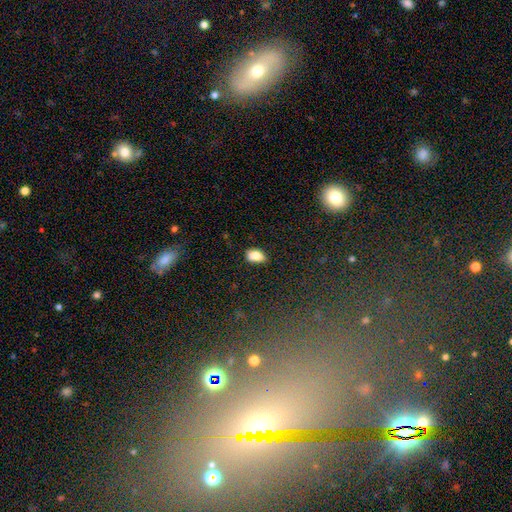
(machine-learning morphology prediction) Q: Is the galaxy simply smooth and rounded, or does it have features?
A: smooth — 83%.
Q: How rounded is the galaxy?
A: in between — 90%.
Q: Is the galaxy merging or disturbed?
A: none — 78%.